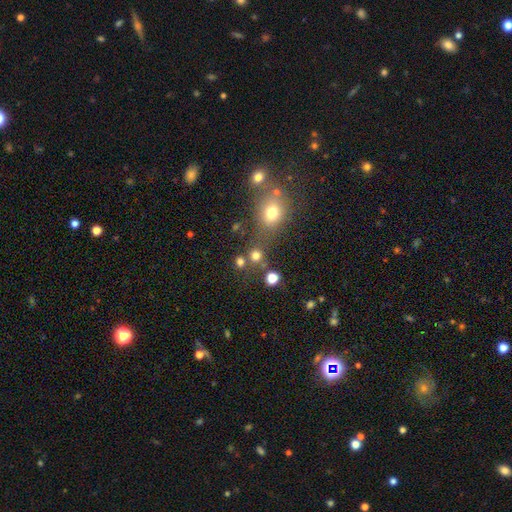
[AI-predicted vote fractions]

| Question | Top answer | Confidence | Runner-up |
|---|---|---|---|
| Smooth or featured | smooth | 74% | star or artifact (18%) |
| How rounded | round | 87% | in between (12%) |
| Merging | none | 65% | merger (21%) |